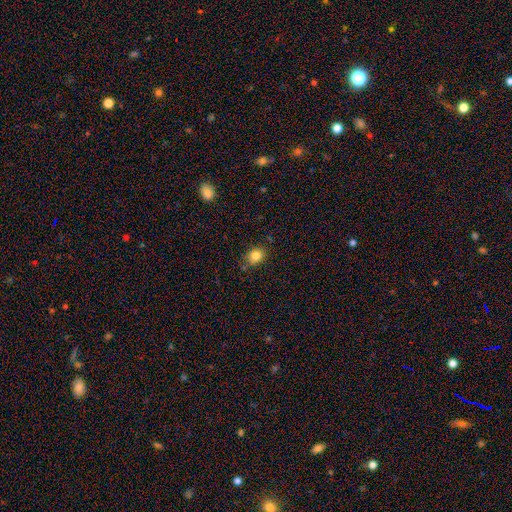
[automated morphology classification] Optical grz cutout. It shows a smooth galaxy with no disk features (82%) that is round (53%). Merging: none (76%).